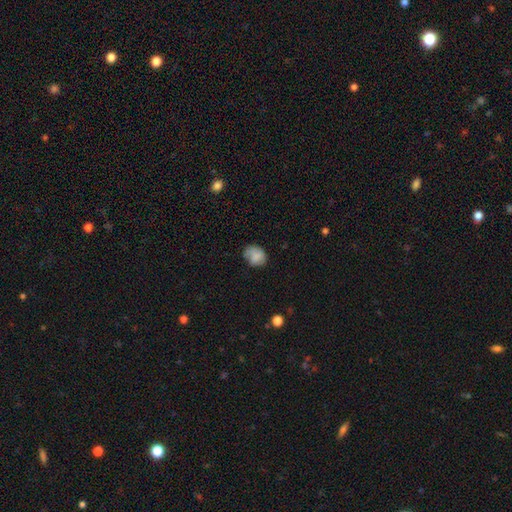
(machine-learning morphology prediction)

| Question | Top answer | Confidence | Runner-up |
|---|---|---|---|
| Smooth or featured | smooth | 80% | featured or disk (12%) |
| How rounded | round | 50% | tied: in between (50%) |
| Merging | none | 57% | minor disturbance (31%) |